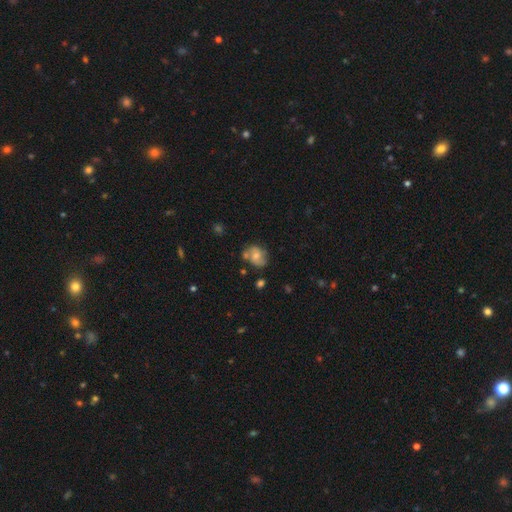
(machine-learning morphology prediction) Q: Smooth or featured?
A: smooth (48%); runner-up: featured or disk (42%)
Q: Merging?
A: none (55%); runner-up: minor disturbance (22%)